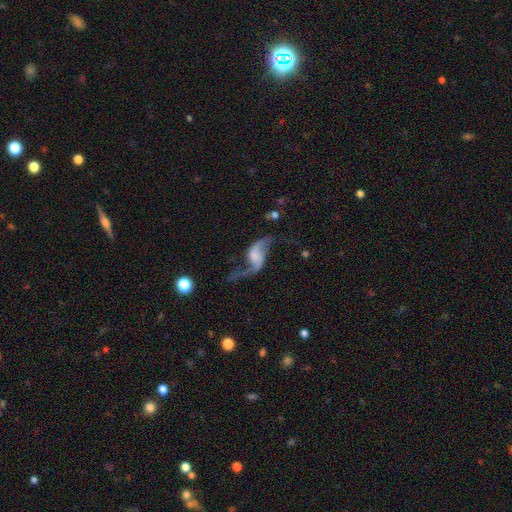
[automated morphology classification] A featured or disk galaxy (86%) with no bar (47%), 2 (93%) loose (91%) spiral arms (95%) and no central bulge (46%). Merging: none (59%).